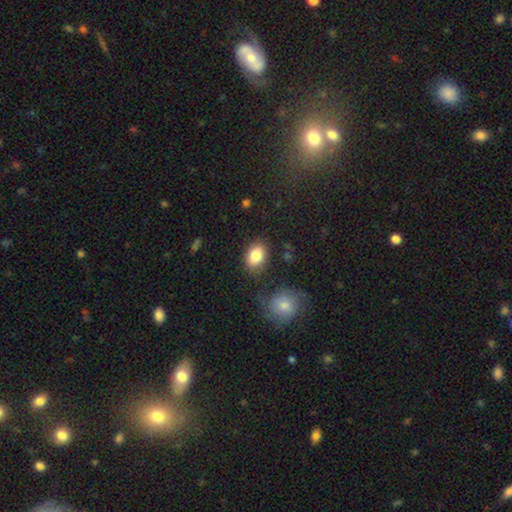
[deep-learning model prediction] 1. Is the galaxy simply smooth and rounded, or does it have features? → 85% smooth, 8% star or artifact, 8% featured or disk.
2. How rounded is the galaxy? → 78% in between, 21% round, 1% cigar-shaped.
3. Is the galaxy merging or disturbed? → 80% none, 13% minor disturbance, 4% merger, 3% major disturbance.